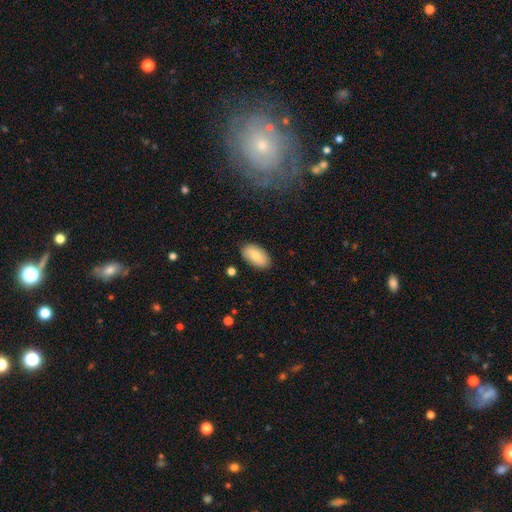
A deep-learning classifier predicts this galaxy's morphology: Smooth or featured? smooth (75%)
How rounded? in between (94%)
Merging? none (86%)